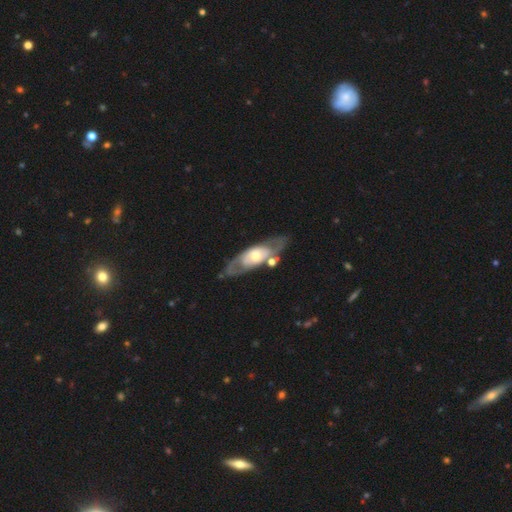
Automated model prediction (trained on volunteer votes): This is likely a featured or disk galaxy (69%). It is clearly not viewed edge-on (81%). Bar: likely no (76%). Spiral arm pattern: possibly no (55%). Central bulge: possibly moderate (57%). Merging: likely none (67%).